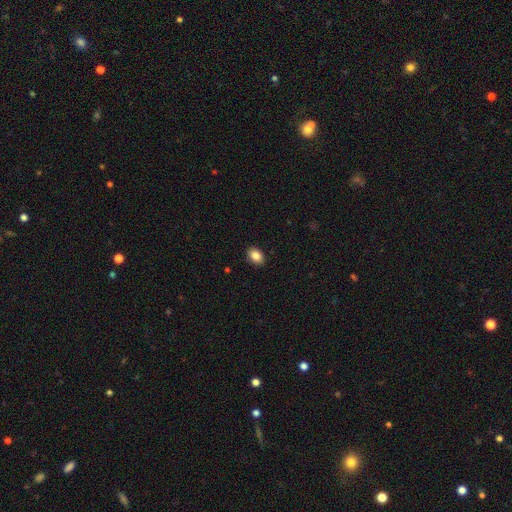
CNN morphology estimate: smooth_or_featured: smooth (p=0.86) [alt: star or artifact p=0.08]
how_rounded: in between (p=0.79) [alt: round p=0.20]
merging: none (p=0.89) [alt: minor disturbance p=0.08]